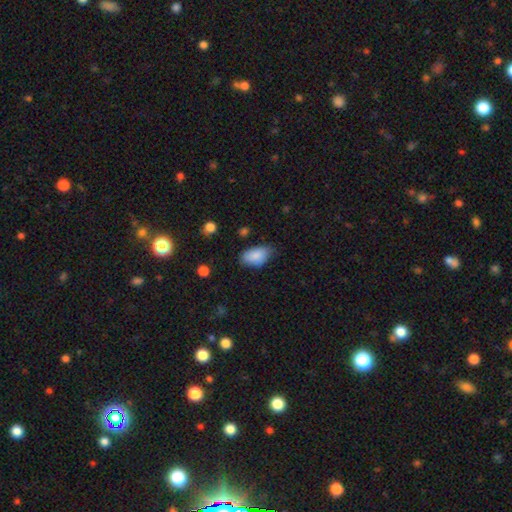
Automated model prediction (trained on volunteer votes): Overall: smooth (87%). How rounded: in between (92%). Merging: none (64%; minor disturbance 30%).